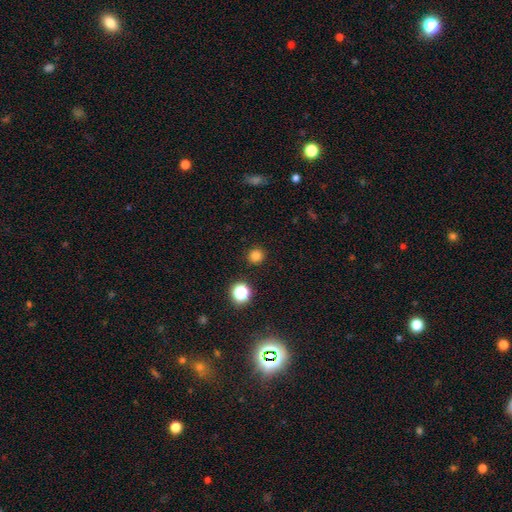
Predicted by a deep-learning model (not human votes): Smooth or featured: smooth — 80% (star or artifact — 16%)
How rounded: round — 93% (in between — 6%)
Merging: none — 91% (minor disturbance — 6%)